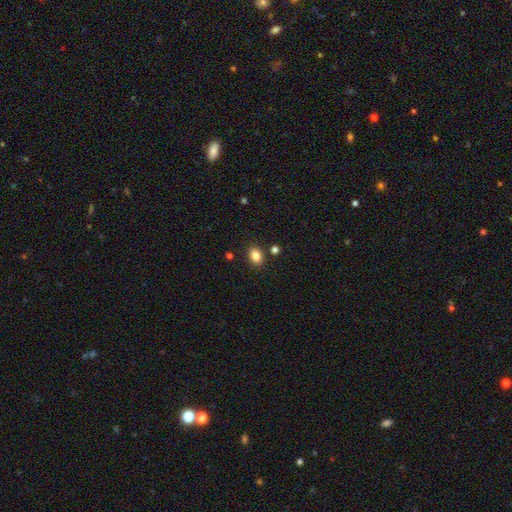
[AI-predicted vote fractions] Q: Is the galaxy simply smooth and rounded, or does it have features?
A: smooth — 85%.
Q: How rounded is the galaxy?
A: in between — 67%.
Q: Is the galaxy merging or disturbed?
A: none — 85%.